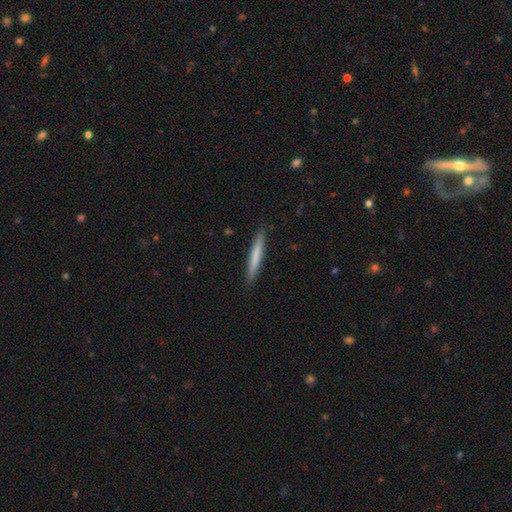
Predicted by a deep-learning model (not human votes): Smooth or featured? Predicted: smooth (p=0.71). How rounded? Predicted: cigar-shaped (p=0.96). Merging? Predicted: none (p=0.91).